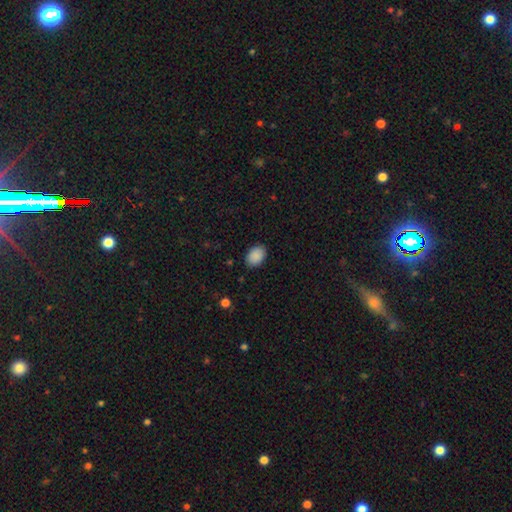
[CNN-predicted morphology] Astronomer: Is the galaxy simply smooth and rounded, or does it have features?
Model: smooth — 90%.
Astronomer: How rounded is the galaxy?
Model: in between — 81%.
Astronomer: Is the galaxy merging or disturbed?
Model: none — 87%.